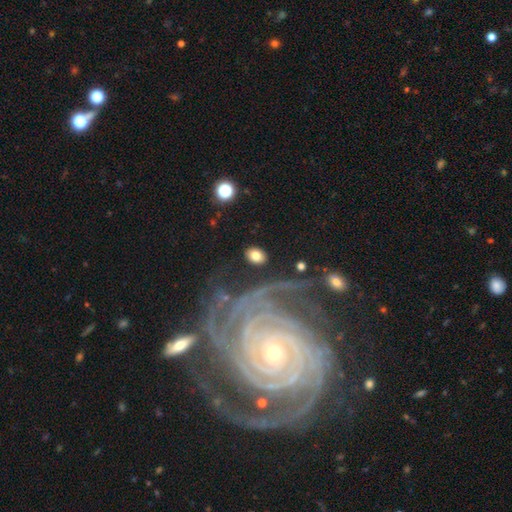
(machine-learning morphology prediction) smooth-or-featured: smooth: 78% | featured or disk: 15% | star or artifact: 8%
  how-rounded: in between: 70% | round: 28% | cigar-shaped: 1%
  merging: none: 81% | minor disturbance: 11% | major disturbance: 5% | merger: 3%